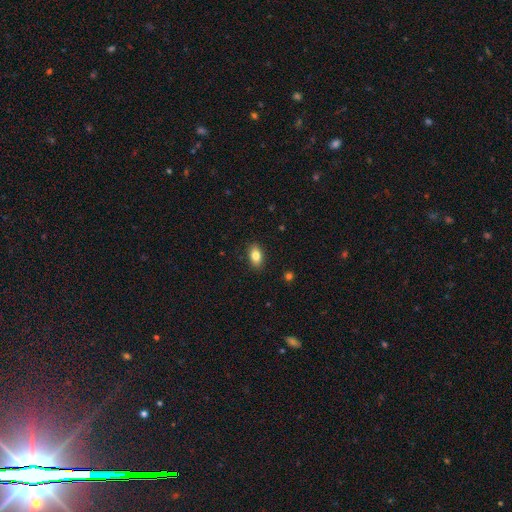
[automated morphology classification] Smooth or featured: smooth — 83% (featured or disk — 9%)
How rounded: in between — 89% (round — 8%)
Merging: none — 88% (minor disturbance — 9%)